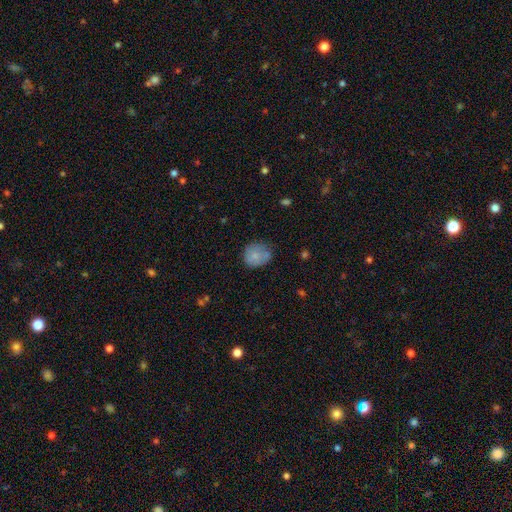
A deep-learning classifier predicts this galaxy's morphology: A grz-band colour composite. It shows a smooth galaxy with no disk features (79%) that is round (76%). Merging: none (62%).